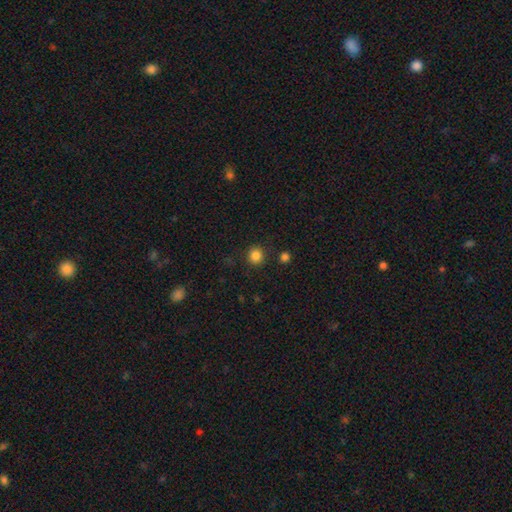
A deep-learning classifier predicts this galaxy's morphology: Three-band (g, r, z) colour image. It shows a smooth galaxy with no disk features (84%) that is round (92%). Merging: none (89%).